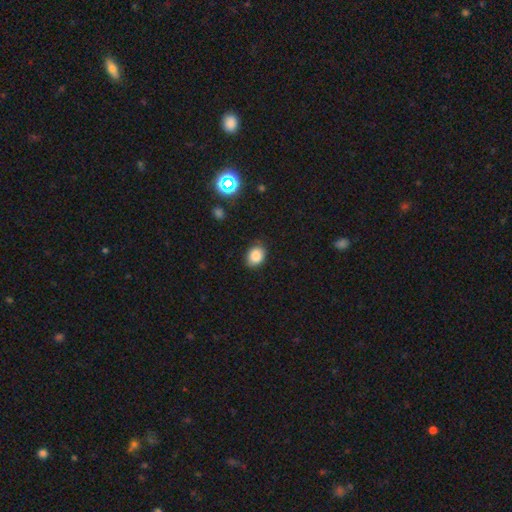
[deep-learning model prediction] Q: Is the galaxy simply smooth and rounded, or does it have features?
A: smooth — 86%.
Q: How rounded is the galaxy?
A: in between — 63%.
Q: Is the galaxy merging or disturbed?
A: none — 84%.